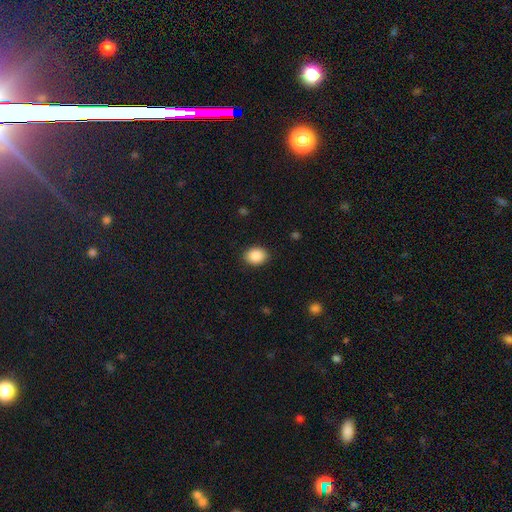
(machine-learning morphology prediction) This is clearly a smooth galaxy (89%). How rounded: possibly in between (57%). Merging: clearly none (89%).